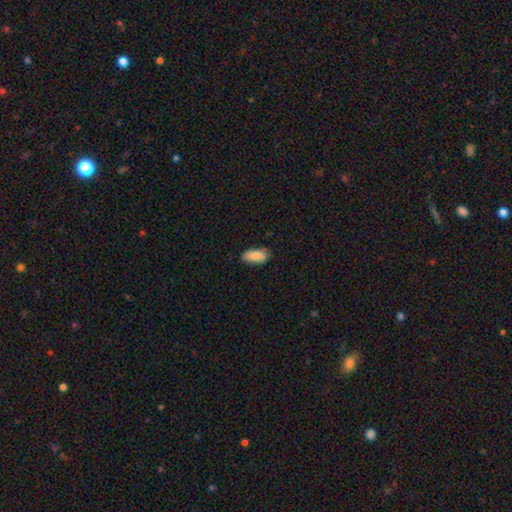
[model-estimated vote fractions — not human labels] This appears to be a smooth galaxy with no disk features (88%) that is in between round and cigar-shaped (90%). Merging: none (81%).